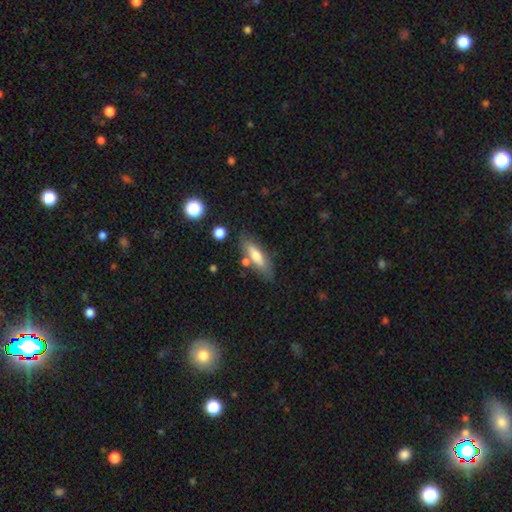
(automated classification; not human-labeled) Smooth or featured?
  - smooth: 64% *
  - featured or disk: 30%
  - star or artifact: 7%
How rounded?
  - cigar-shaped: 51% *
  - in between: 47%
  - round: 2%
Merging?
  - none: 71% *
  - minor disturbance: 15%
  - merger: 10%
  - major disturbance: 4%